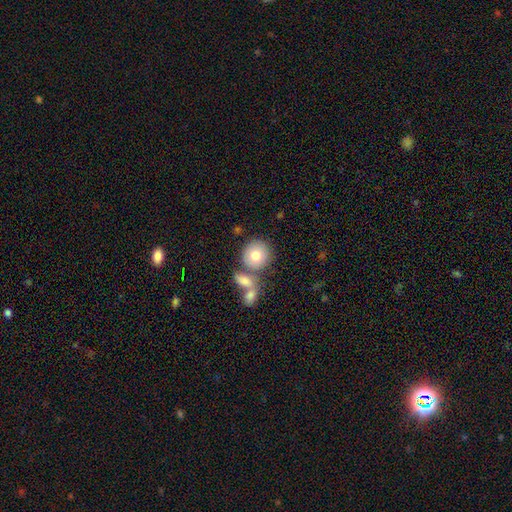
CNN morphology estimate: A smooth galaxy with no disk features (77%) that is round (86%).

Vote fractions:
- Smooth or featured? smooth: 77% / featured or disk: 15% / star or artifact: 8%
- How rounded? round: 86% / in between: 13% / cigar-shaped: 1%
- Merging? none: 59% / merger: 27% / minor disturbance: 10% / major disturbance: 4%